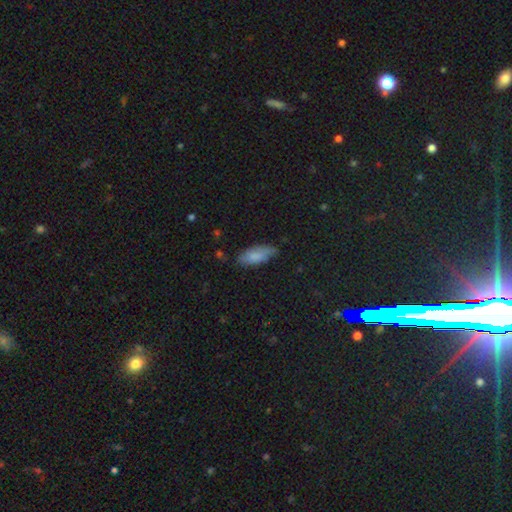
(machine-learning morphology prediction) Overall: smooth (77%). How rounded: in between (77%). Merging: none (67%).